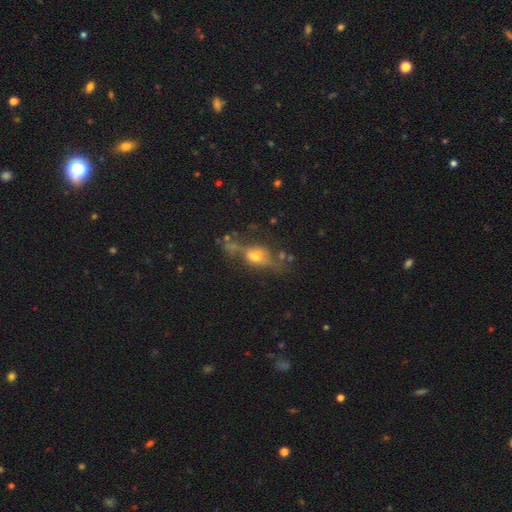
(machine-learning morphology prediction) A featured or disk galaxy (53%) viewed edge-on (56%).

Vote fractions:
- Smooth or featured? featured or disk: 53% / smooth: 34% / star or artifact: 13%
- Edge-on disk? yes: 56% / no: 44%
- Merging? none: 52% / minor disturbance: 21% / major disturbance: 19% / merger: 8%